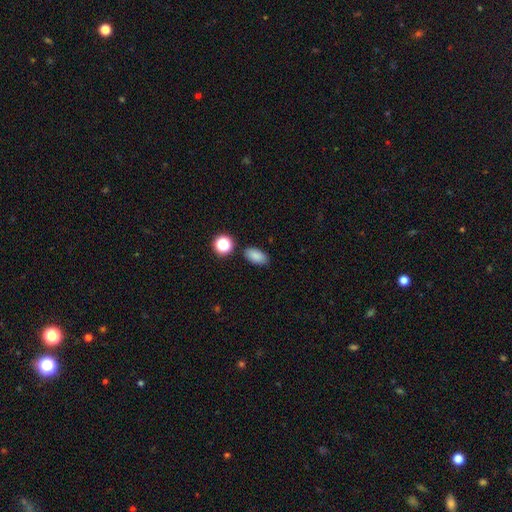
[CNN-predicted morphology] The model was most divided on "merging": none: 83%, minor disturbance: 11%, merger: 4%, major disturbance: 3%. More confident: how rounded — in between (89%); smooth or featured — smooth (85%).